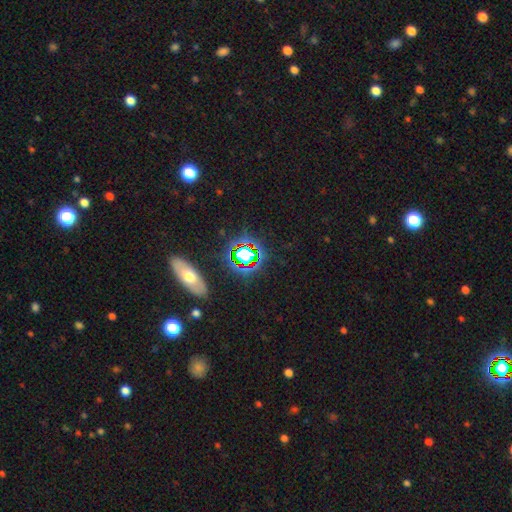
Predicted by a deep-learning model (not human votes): star or artifact 49%, smooth 27%, featured or disk 24%.